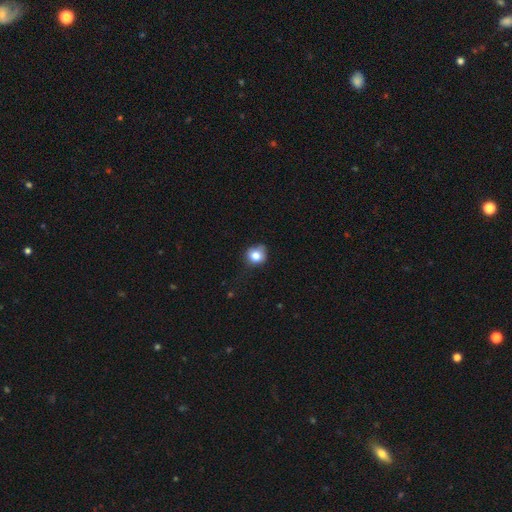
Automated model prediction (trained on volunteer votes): The model was most divided on "merging": none: 67%, minor disturbance: 25%, major disturbance: 7%, merger: 2%. More confident: smooth or featured — smooth (80%); how rounded — round (79%).